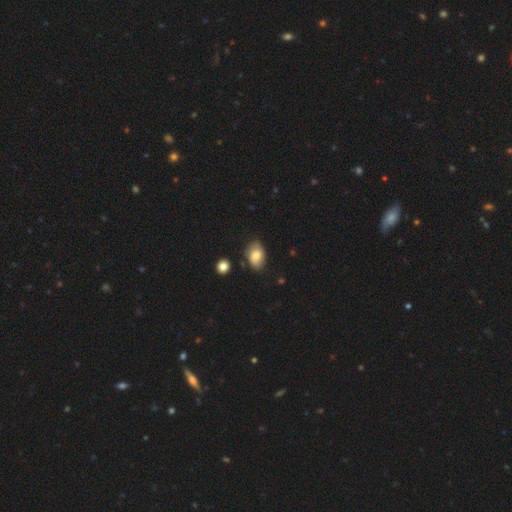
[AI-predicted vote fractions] Smooth or featured: smooth — 73% (featured or disk — 18%)
How rounded: in between — 84% (round — 15%)
Merging: none — 69% (minor disturbance — 23%)